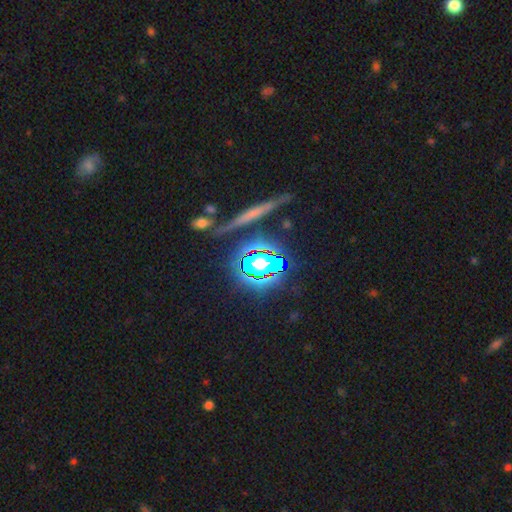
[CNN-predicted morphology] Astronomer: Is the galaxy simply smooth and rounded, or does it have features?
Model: star or artifact — 60%.